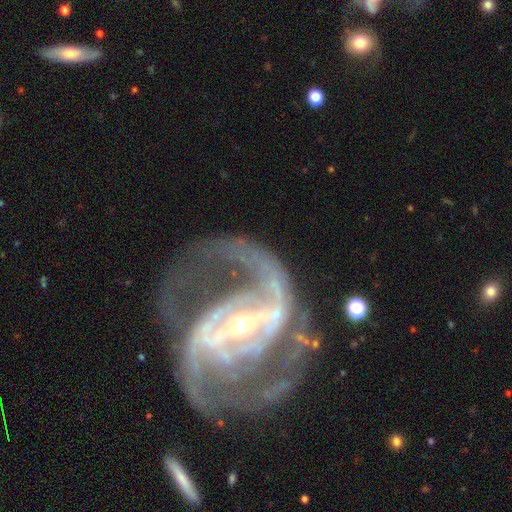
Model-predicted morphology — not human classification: A featured or disk galaxy (92%) with a strong bar (69%), 2 (75%) medium (55%) spiral arms (97%) and a small central bulge (75%). Merging: none (56%).